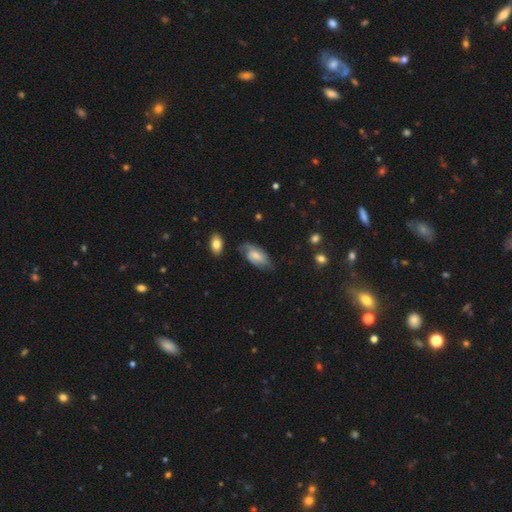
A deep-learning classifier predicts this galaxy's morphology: The model was most divided on "smooth or featured": featured or disk: 52%, smooth: 40%, star or artifact: 8%. More confident: edge-on disk — no (93%); merging — none (60%).